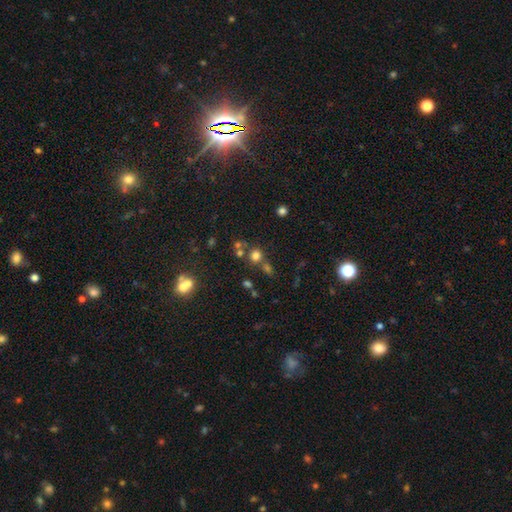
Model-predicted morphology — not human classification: A smooth galaxy with no disk features (68%) that is round (86%). Merging: none (62%).